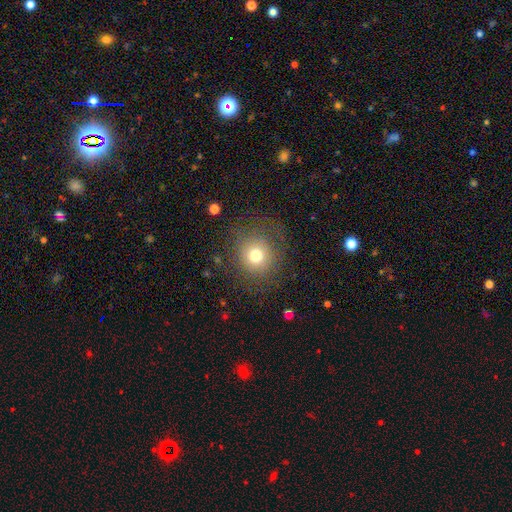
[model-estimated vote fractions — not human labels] Smooth or featured? Predicted: smooth (p=0.72). How rounded? Predicted: round (p=0.87). Merging? Predicted: none (p=0.75).